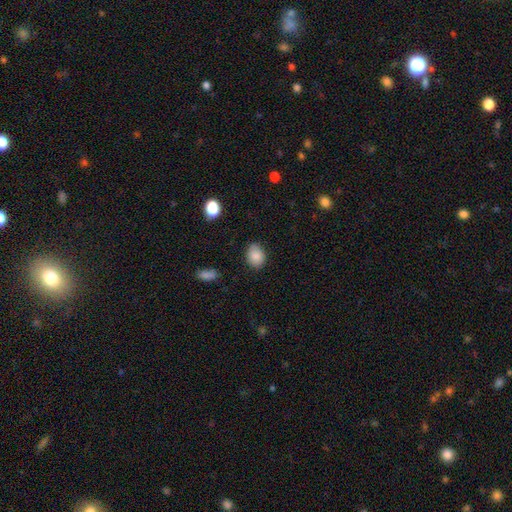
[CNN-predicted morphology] This appears to be a smooth galaxy with no disk features (87%) that is in between round and cigar-shaped (65%). Merging: none (77%).